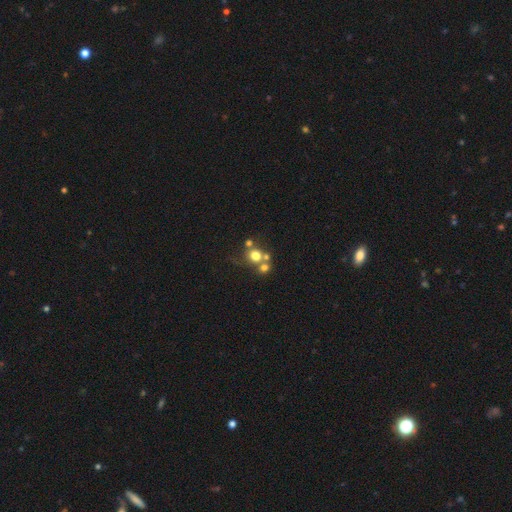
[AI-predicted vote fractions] smooth_or_featured: smooth (p=0.67) [alt: featured or disk p=0.16]
how_rounded: round (p=0.86) [alt: in between p=0.13]
merging: none (p=0.47) [alt: merger p=0.39]